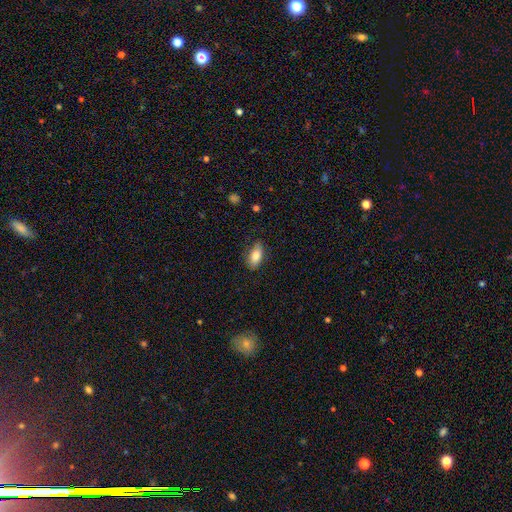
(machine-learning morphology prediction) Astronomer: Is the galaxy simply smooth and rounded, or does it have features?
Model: smooth — 82%.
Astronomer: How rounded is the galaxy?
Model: in between — 90%.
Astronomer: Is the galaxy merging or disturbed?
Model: none — 81%.